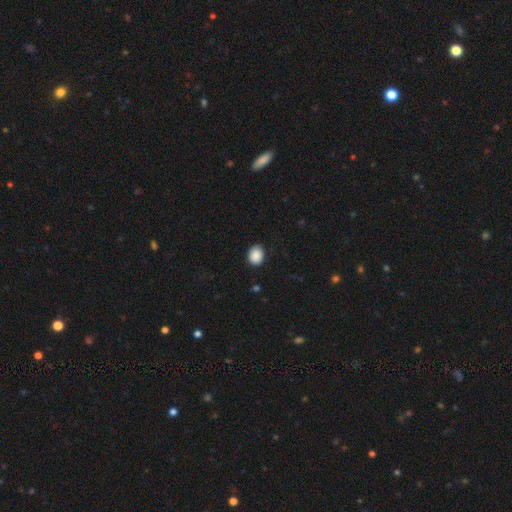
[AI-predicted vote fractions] A smooth galaxy with no disk features (89%) that is in between round and cigar-shaped (51%). Merging: none (88%).